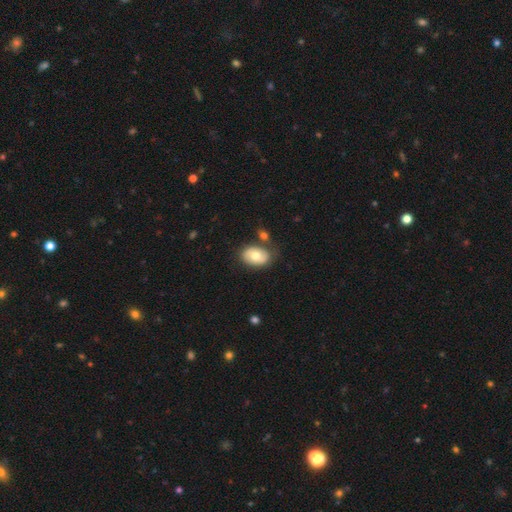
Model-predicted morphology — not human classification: Smooth or featured? Predicted: smooth (p=0.66). How rounded? Predicted: in between (p=0.84). Merging? Predicted: none (p=0.69).